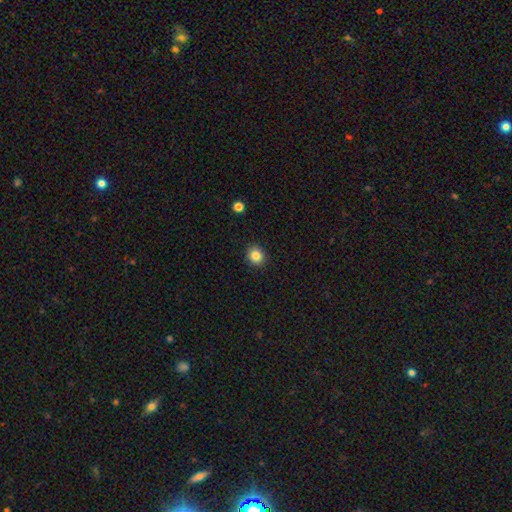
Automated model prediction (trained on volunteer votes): This appears to be a smooth galaxy with no disk features (84%) that is round (80%). Merging: none (90%).